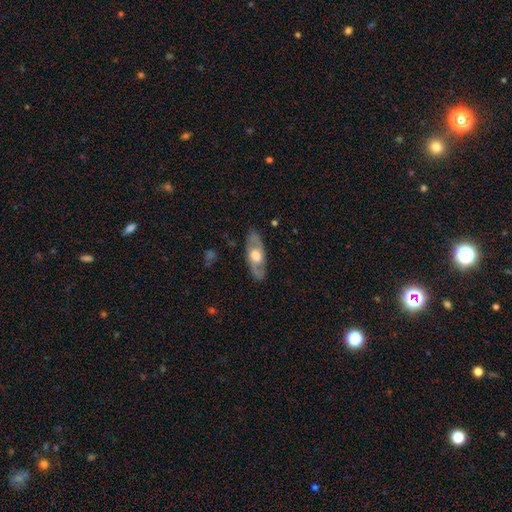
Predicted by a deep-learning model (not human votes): smooth_or_featured: featured or disk (p=0.61) [alt: smooth p=0.34]
disk_edge_on: no (p=0.73) [alt: yes p=0.27]
merging: none (p=0.84) [alt: minor disturbance p=0.11]